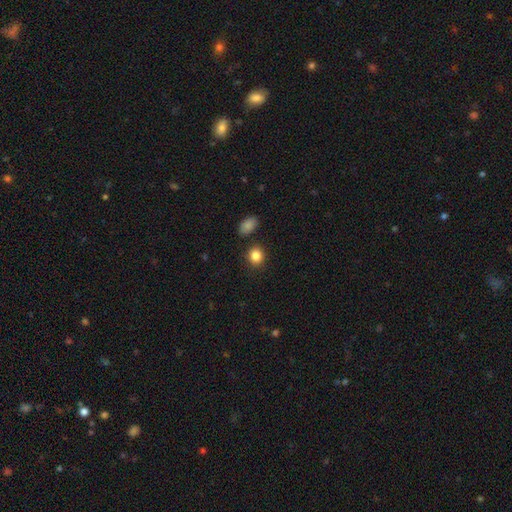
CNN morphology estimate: This is clearly a smooth galaxy (86%). How rounded: likely round (77%). Merging: clearly none (85%).